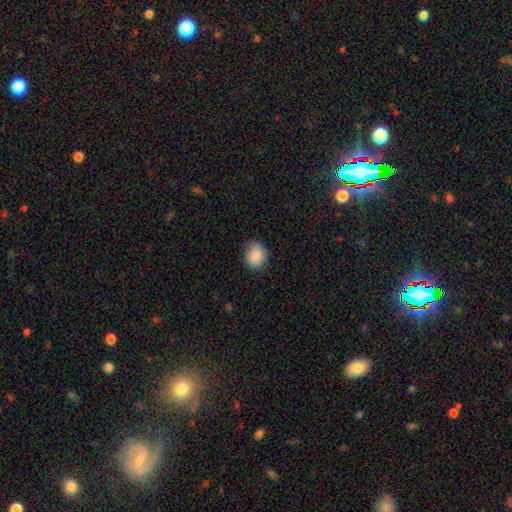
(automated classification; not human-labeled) This appears to be a smooth galaxy with no disk features (85%) that is in between round and cigar-shaped (53%). Merging: none (72%).